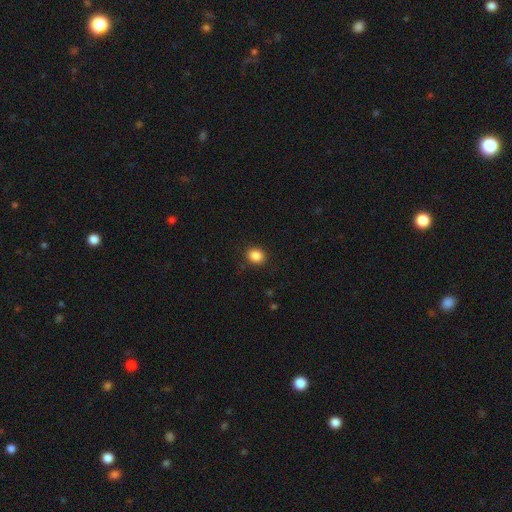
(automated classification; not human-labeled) Smooth or featured?
  - smooth: 87% *
  - star or artifact: 10%
  - featured or disk: 4%
How rounded?
  - round: 68% *
  - in between: 31%
  - cigar-shaped: 1%
Merging?
  - none: 89% *
  - minor disturbance: 8%
  - major disturbance: 2%
  - merger: 1%